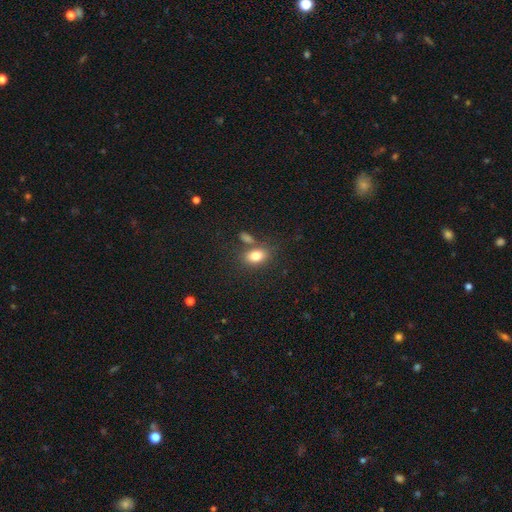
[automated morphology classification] smooth 80%, star or artifact 10%, featured or disk 10%. Down the decision tree: how rounded — in between (80%); merging — none (64%).